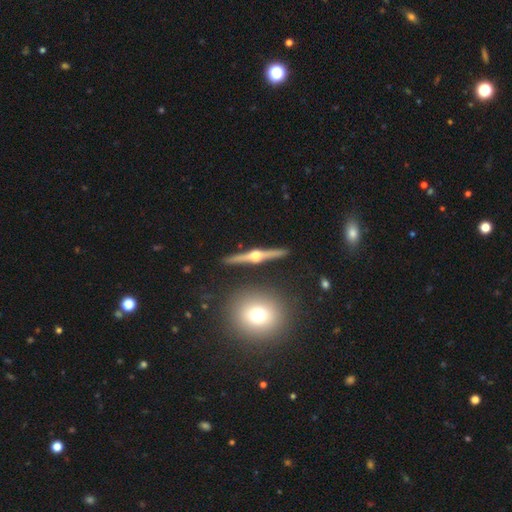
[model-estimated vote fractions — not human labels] Overall: featured or disk (83%). Edge-on disk: yes (98%). Edge-on bulge: rounded (96%). Merging: none (90%).